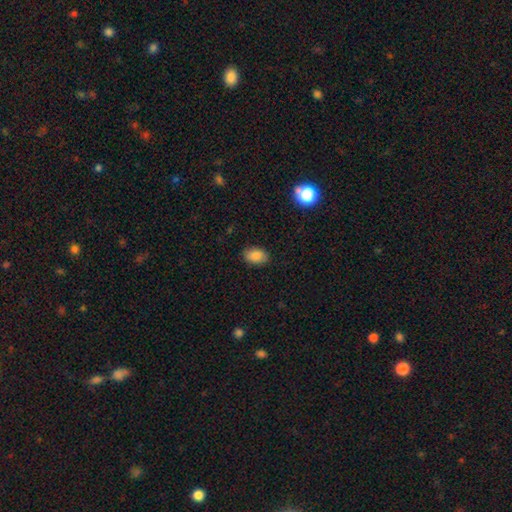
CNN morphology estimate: Smooth or featured? Predicted: smooth (p=0.87). How rounded? Predicted: in between (p=0.88). Merging? Predicted: none (p=0.87).